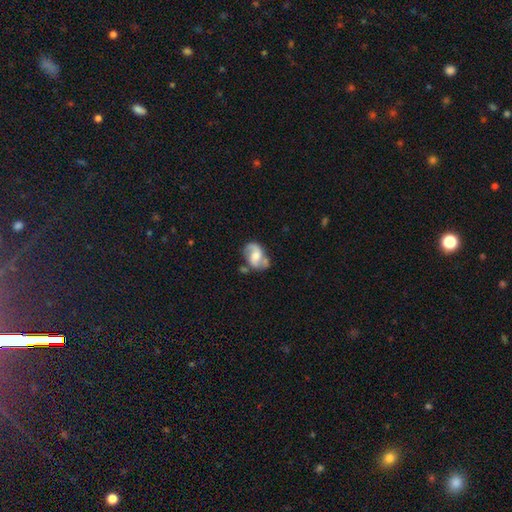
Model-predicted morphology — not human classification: featured or disk 72%, smooth 21%, star or artifact 7%. Down the decision tree: edge-on disk — no (97%); bar — no (44%); spiral arms — yes (90%); spiral arm count — 2 (87%); spiral winding — medium (47%); bulge size — moderate (46%); merging — none (56%).